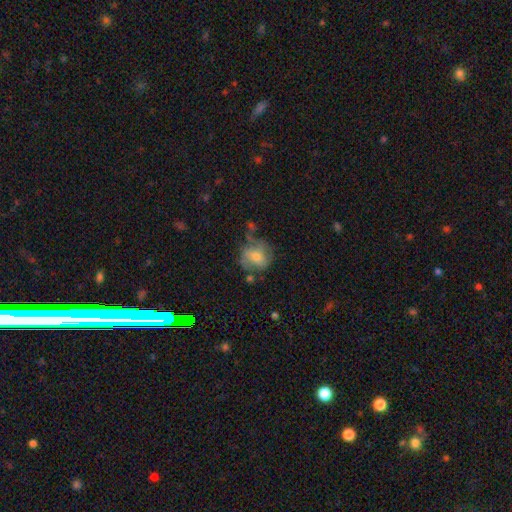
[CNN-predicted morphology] type=smooth (51%); roundness=round (70%); merging=none (49%).